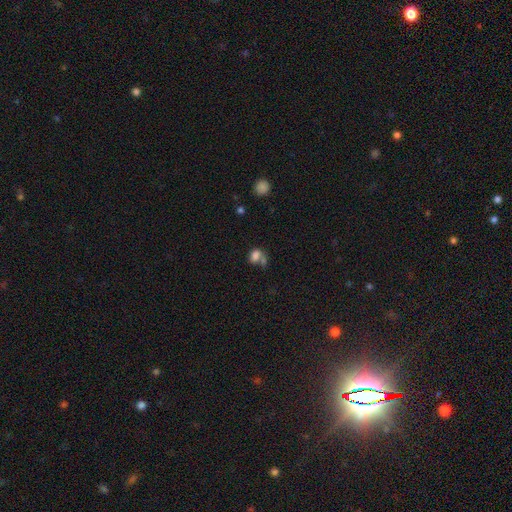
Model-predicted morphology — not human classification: This appears to be a smooth galaxy with no disk features (77%) that is in between round and cigar-shaped (67%). Merging: merger (44%).